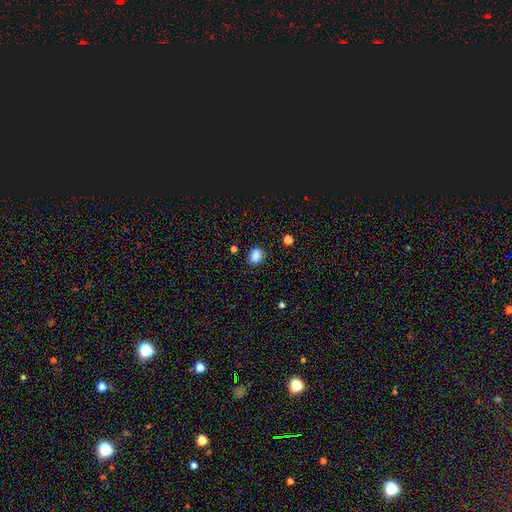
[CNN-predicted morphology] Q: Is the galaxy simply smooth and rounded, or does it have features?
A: smooth — 86%.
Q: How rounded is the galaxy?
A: in between — 52%.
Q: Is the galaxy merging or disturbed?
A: none — 84%.